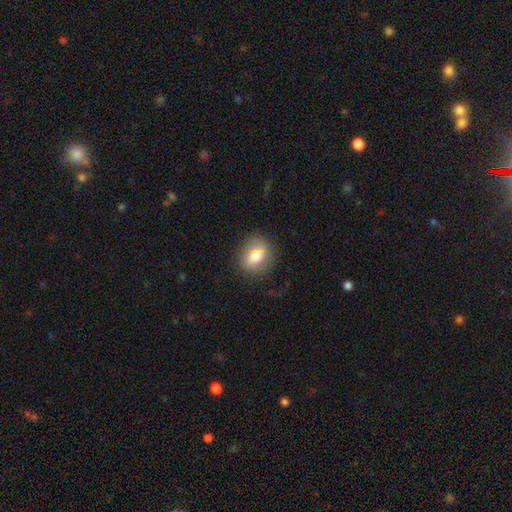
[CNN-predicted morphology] Q: Smooth or featured?
A: smooth (75%); runner-up: featured or disk (15%)
Q: How rounded?
A: round (58%); runner-up: in between (41%)
Q: Merging?
A: none (73%); runner-up: minor disturbance (18%)